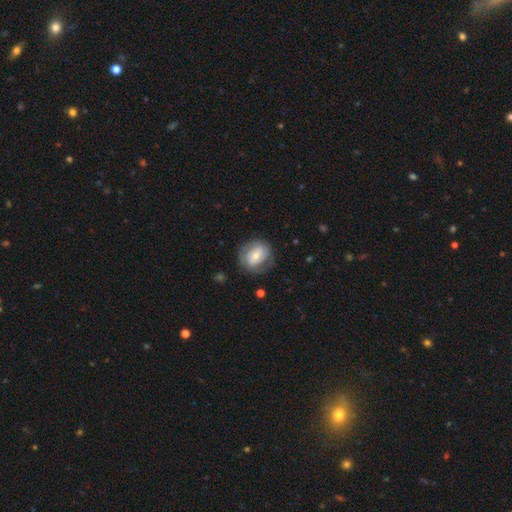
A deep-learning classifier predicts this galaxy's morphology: Q: Smooth or featured?
A: featured or disk (57%); runner-up: smooth (37%)
Q: Edge-on disk?
A: no (96%); runner-up: yes (4%)
Q: Bar?
A: weak (38%); runner-up: no (37%)
Q: Spiral arms?
A: yes (66%); runner-up: no (34%)
Q: Bulge size?
A: moderate (53%); runner-up: small (40%)
Q: Merging?
A: none (70%); runner-up: minor disturbance (19%)